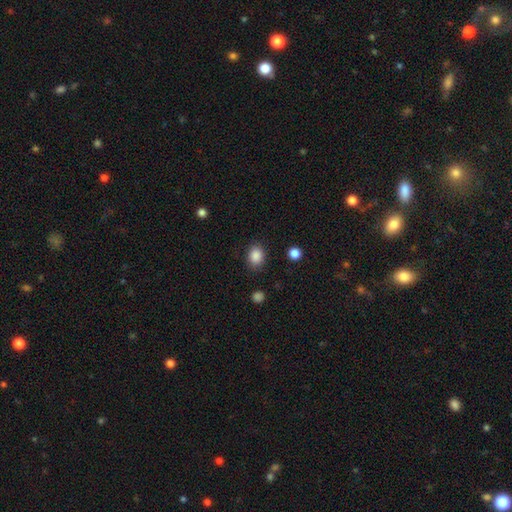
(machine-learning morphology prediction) A smooth galaxy with no disk features (87%) that is in between round and cigar-shaped (55%).

Vote fractions:
- Smooth or featured? smooth: 87% / star or artifact: 9% / featured or disk: 3%
- How rounded? in between: 55% / round: 44% / cigar-shaped: 1%
- Merging? none: 85% / minor disturbance: 10% / major disturbance: 3% / merger: 2%